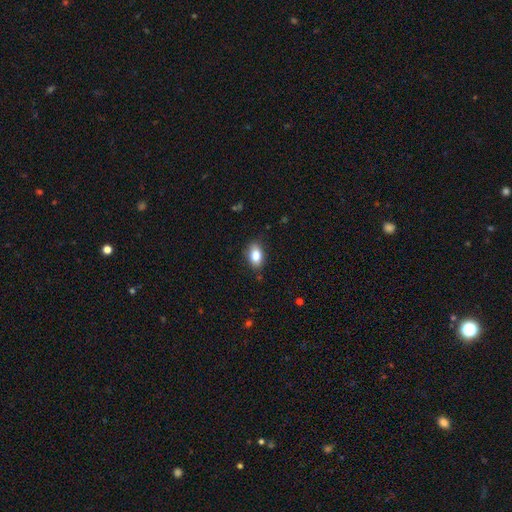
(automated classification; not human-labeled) Smooth or featured? Predicted: smooth (p=0.83). How rounded? Predicted: in between (p=0.86). Merging? Predicted: none (p=0.83).